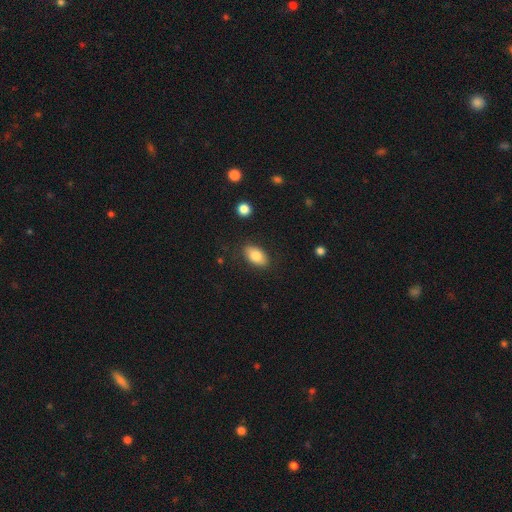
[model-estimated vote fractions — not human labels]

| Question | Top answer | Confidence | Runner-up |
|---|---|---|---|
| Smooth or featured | smooth | 82% | featured or disk (11%) |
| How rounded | in between | 92% | round (6%) |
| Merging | none | 85% | minor disturbance (11%) |